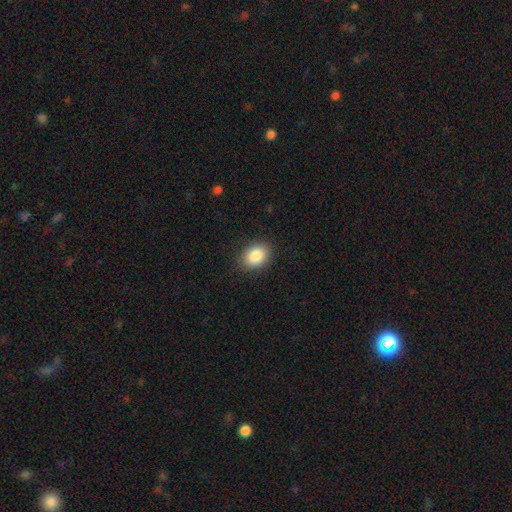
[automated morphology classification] type=smooth (87%); roundness=in between (68%); merging=none (87%).